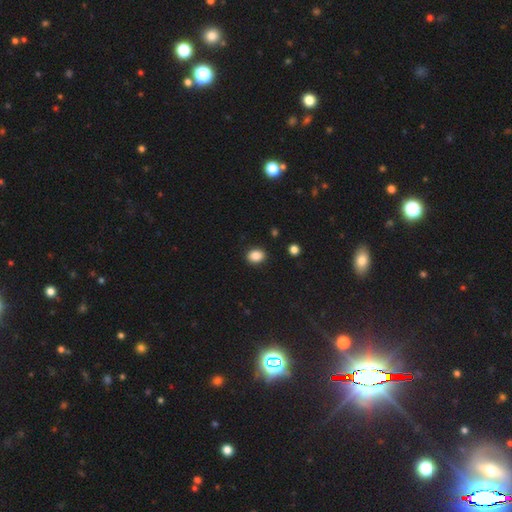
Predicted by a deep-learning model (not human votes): This is clearly a smooth galaxy (86%). How rounded: possibly in between (53%). Merging: clearly none (89%).